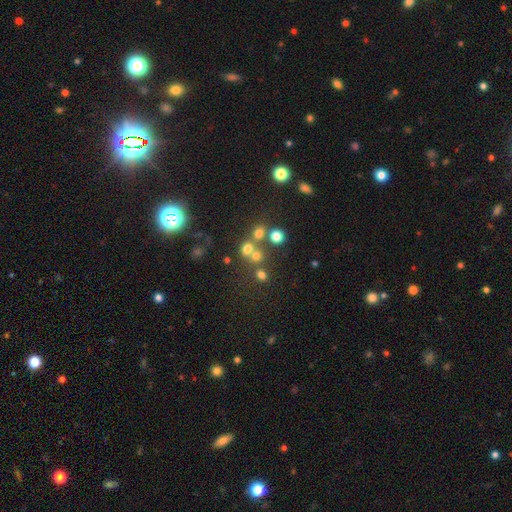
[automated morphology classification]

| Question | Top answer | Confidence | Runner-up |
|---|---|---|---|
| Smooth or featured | smooth | 63% | star or artifact (23%) |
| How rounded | round | 81% | in between (18%) |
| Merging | none | 55% | merger (31%) |